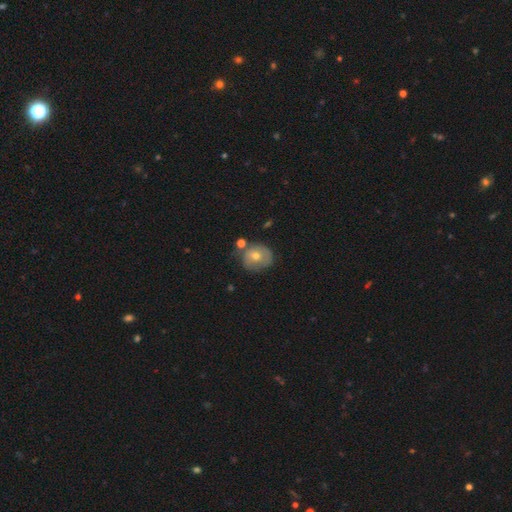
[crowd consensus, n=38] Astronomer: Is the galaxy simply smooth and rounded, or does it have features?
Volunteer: smooth — 66%.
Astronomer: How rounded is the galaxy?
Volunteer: round — 56% (runner-up: in between, 44%).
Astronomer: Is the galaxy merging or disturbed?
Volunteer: none — 43% (runner-up: minor disturbance, 41%).